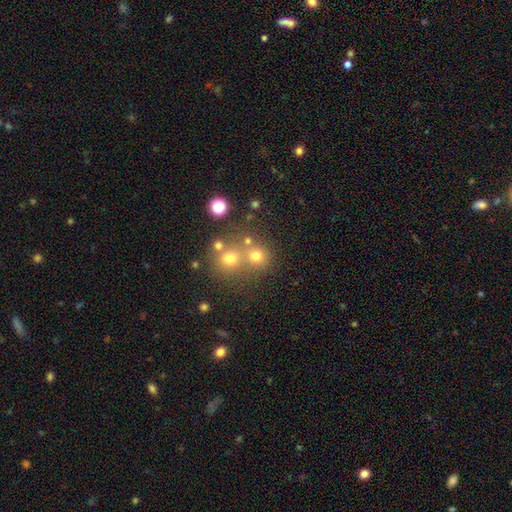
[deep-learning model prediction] smooth_or_featured: smooth (p=0.69) [alt: star or artifact p=0.20]
how_rounded: round (p=0.87) [alt: in between p=0.12]
merging: none (p=0.57) [alt: merger p=0.32]